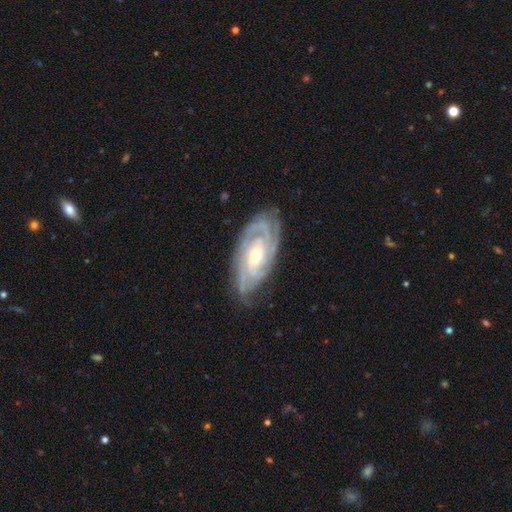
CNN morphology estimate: featured or disk 91%, smooth 5%, star or artifact 4%. Down the decision tree: edge-on disk — no (95%); bar — no (59%); spiral arms — yes (98%); spiral arm count — 3 (32%); spiral winding — tight (74%); bulge size — small (50%); merging — none (75%).